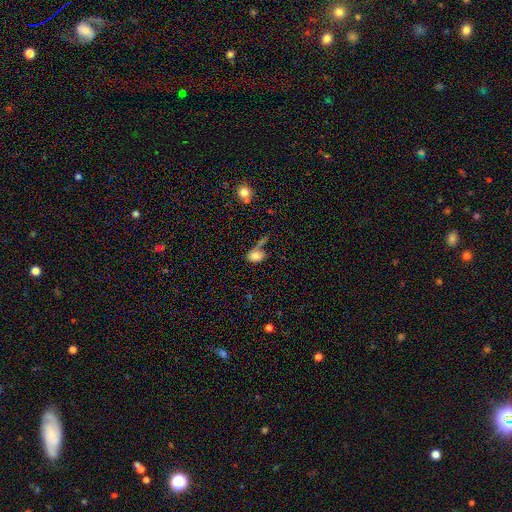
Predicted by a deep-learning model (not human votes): A smooth galaxy with no disk features (79%) that is in between round and cigar-shaped (76%).

Vote fractions:
- Smooth or featured? smooth: 79% / star or artifact: 11% / featured or disk: 11%
- How rounded? in between: 76% / round: 21% / cigar-shaped: 2%
- Merging? none: 39% / merger: 25% / minor disturbance: 19% / major disturbance: 17%